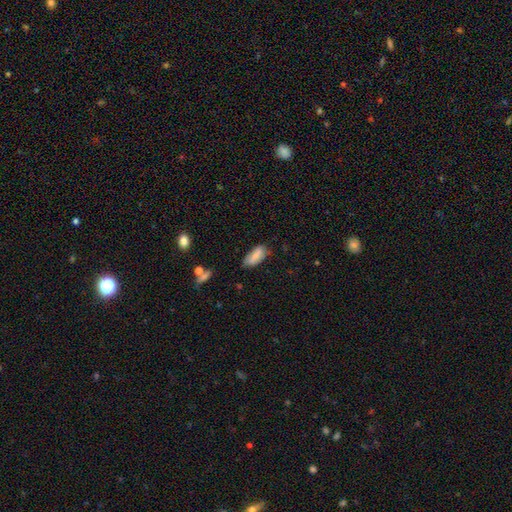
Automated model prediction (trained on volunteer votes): A smooth galaxy with no disk features (74%) that is in between round and cigar-shaped (83%). Merging: none (67%).